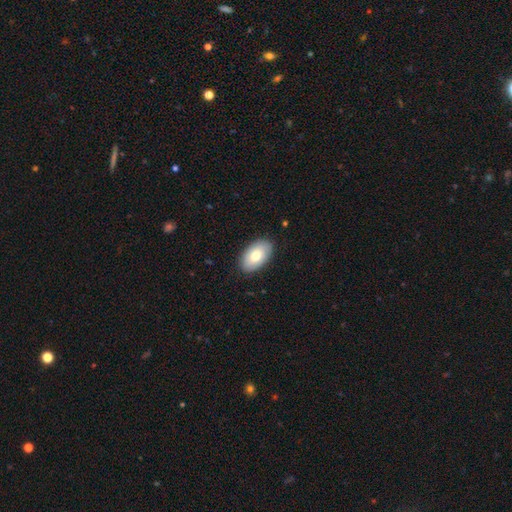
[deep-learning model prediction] smooth 76%, featured or disk 18%, star or artifact 6%. Down the decision tree: how rounded — in between (94%); merging — none (87%).